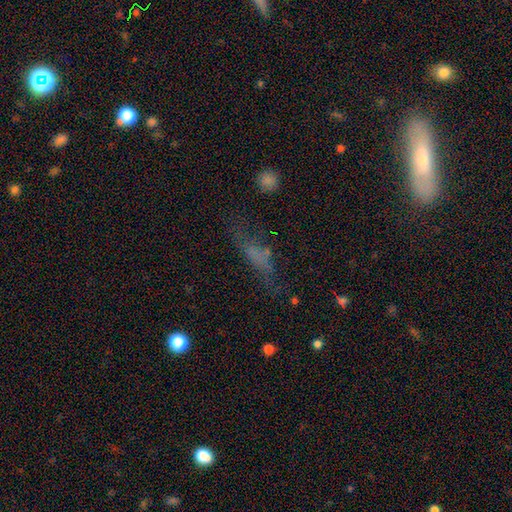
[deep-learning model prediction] Smooth or featured: smooth — 45% (featured or disk — 28%)
Merging: none — 55% (minor disturbance — 23%)